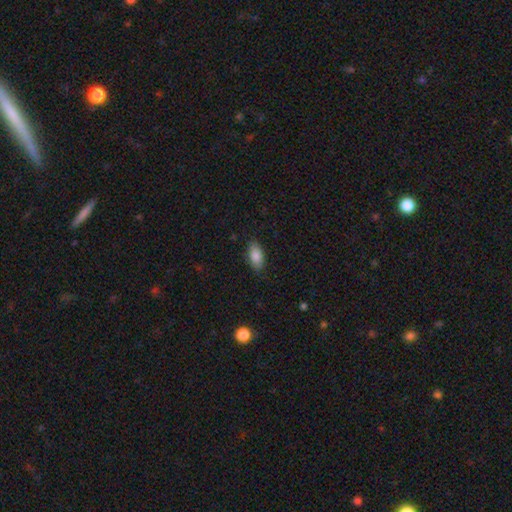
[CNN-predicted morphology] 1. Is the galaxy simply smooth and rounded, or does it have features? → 86% smooth, 7% star or artifact, 7% featured or disk.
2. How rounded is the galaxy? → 91% in between, 6% cigar-shaped, 3% round.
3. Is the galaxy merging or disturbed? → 85% none, 12% minor disturbance, 3% major disturbance, 1% merger.